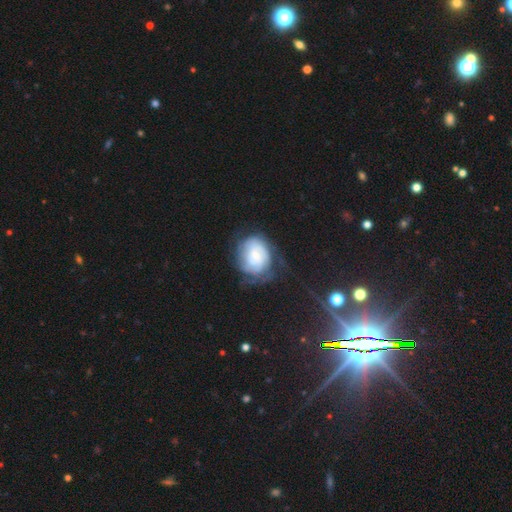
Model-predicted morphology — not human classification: smooth-or-featured: featured or disk: 60% | smooth: 32% | star or artifact: 8%
  disk-edge-on: no: 97% | yes: 3%
    bar: no: 64% | weak: 30% | strong: 6%
    has-spiral-arms: yes: 82% | no: 18%
    bulge-size: small: 56% | moderate: 27% | none: 8% | large: 7% | dominant: 2%
  merging: none: 53% | minor disturbance: 25% | major disturbance: 20% | merger: 2%